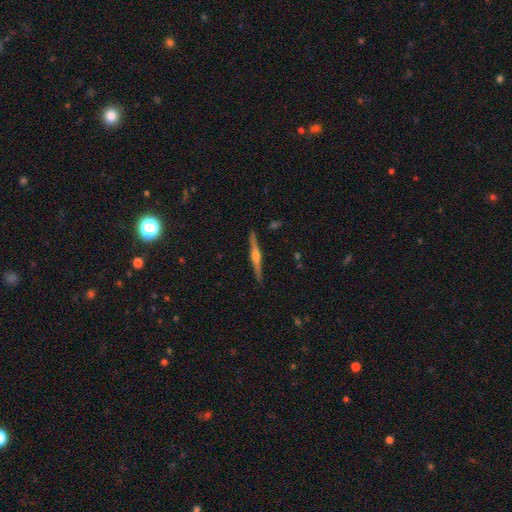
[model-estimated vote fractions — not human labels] Morphology: type=featured or disk (79%); edge-on=yes (98%); edge-on bulge=rounded (89%); merging=none (91%).